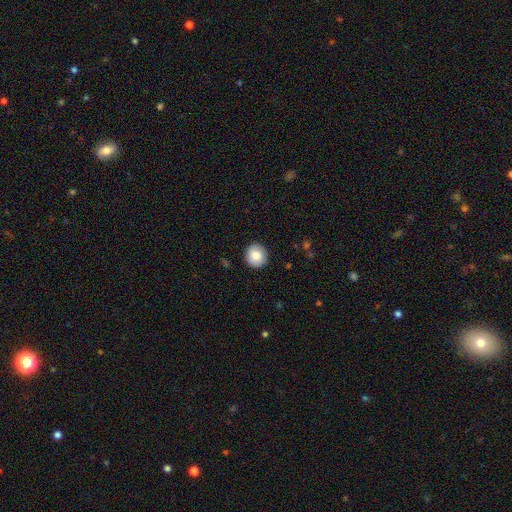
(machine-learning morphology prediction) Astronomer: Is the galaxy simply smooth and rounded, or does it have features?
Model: smooth — 84%.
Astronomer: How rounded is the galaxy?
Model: round — 91%.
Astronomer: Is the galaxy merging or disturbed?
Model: none — 90%.